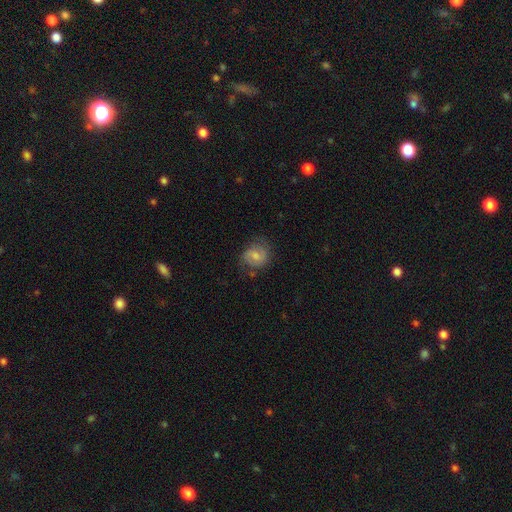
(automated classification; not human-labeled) The model was most divided on "smooth or featured": smooth: 53%, featured or disk: 39%, star or artifact: 8%. More confident: how rounded — round (68%); merging — none (65%).